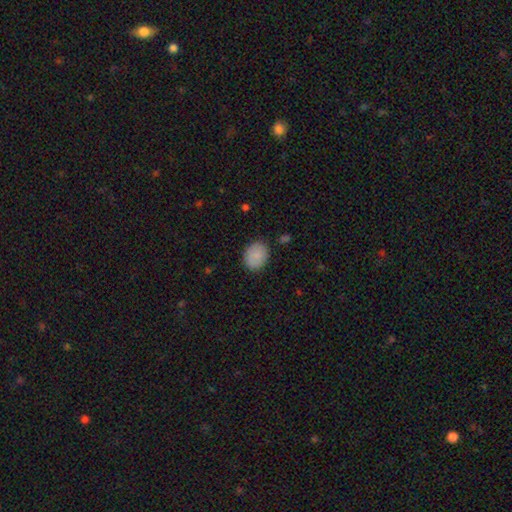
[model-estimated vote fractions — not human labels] Morphology: type=smooth (87%); roundness=in between (52%); merging=none (83%).